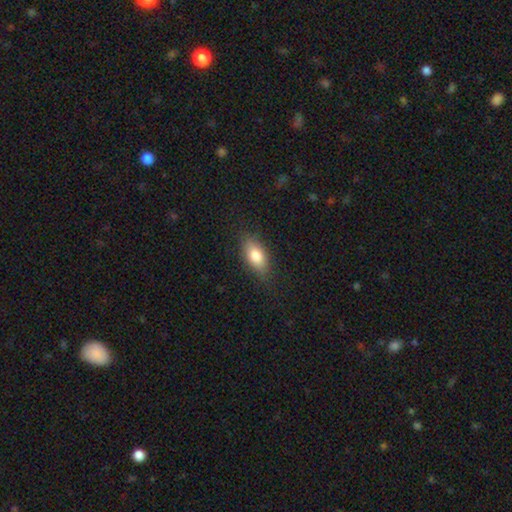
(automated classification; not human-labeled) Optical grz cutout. It shows a smooth galaxy with no disk features (78%) that is in between round and cigar-shaped (85%). Merging: none (81%).